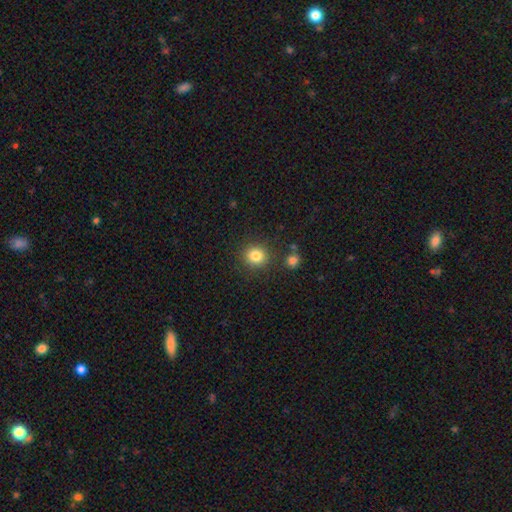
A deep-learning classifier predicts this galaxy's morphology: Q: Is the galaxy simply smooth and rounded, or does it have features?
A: smooth — 83%.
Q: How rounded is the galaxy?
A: round — 87%.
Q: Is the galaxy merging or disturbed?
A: none — 86%.